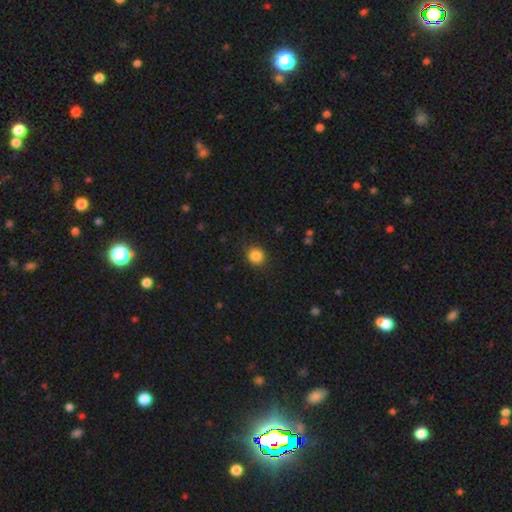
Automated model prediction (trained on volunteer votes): smooth-or-featured: smooth: 86% | star or artifact: 10% | featured or disk: 4%
  how-rounded: round: 89% | in between: 10% | cigar-shaped: 1%
  merging: none: 89% | minor disturbance: 8% | major disturbance: 2% | merger: 1%